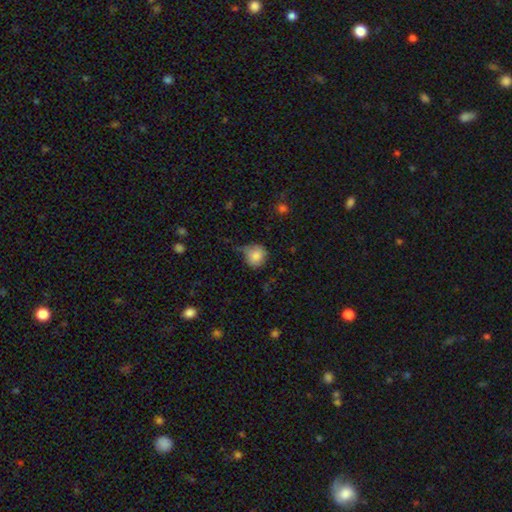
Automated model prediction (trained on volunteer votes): Smooth or featured? smooth (84%)
How rounded? round (83%)
Merging? none (53%)